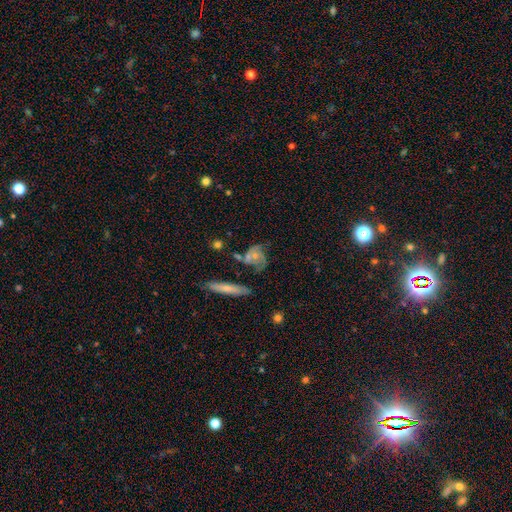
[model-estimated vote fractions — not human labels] Q: Smooth or featured?
A: featured or disk (59%); runner-up: smooth (32%)
Q: Edge-on disk?
A: no (90%); runner-up: yes (10%)
Q: Bar?
A: no (77%); runner-up: weak (18%)
Q: Spiral arms?
A: yes (75%); runner-up: no (25%)
Q: Bulge size?
A: small (48%); runner-up: moderate (37%)
Q: Merging?
A: none (43%); runner-up: minor disturbance (22%)